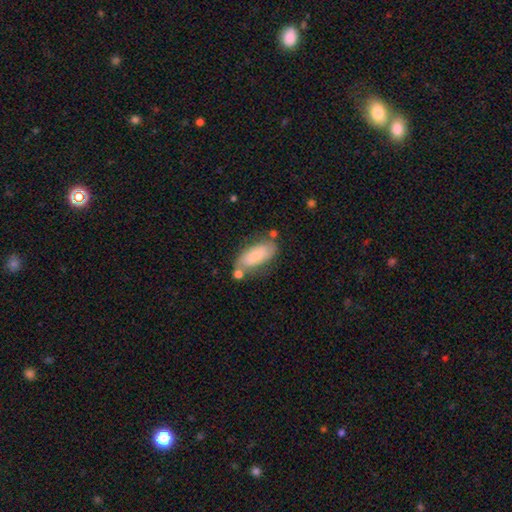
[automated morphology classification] smooth_or_featured: smooth (p=0.68) [alt: featured or disk p=0.26]
how_rounded: in between (p=0.84) [alt: cigar-shaped p=0.14]
merging: none (p=0.60) [alt: minor disturbance p=0.21]